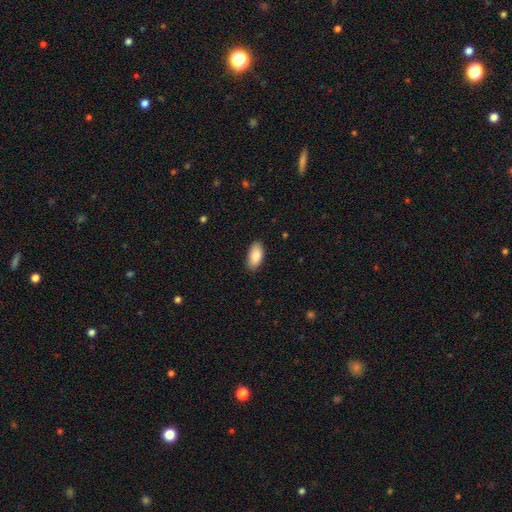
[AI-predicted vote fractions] Smooth or featured: smooth — 89% (star or artifact — 6%)
How rounded: in between — 92% (cigar-shaped — 6%)
Merging: none — 86% (minor disturbance — 11%)